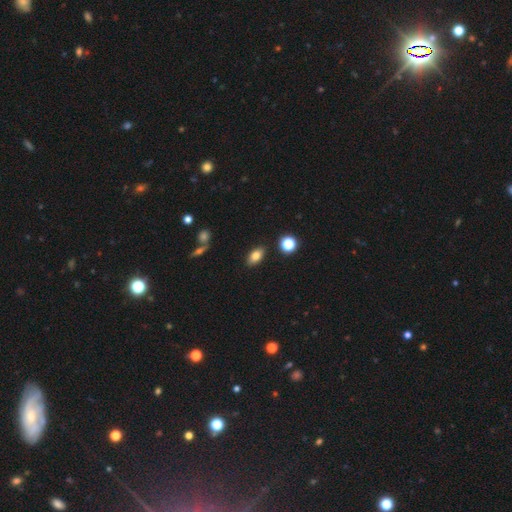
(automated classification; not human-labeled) A smooth galaxy with no disk features (79%) that is in between round and cigar-shaped (87%). Merging: none (86%).